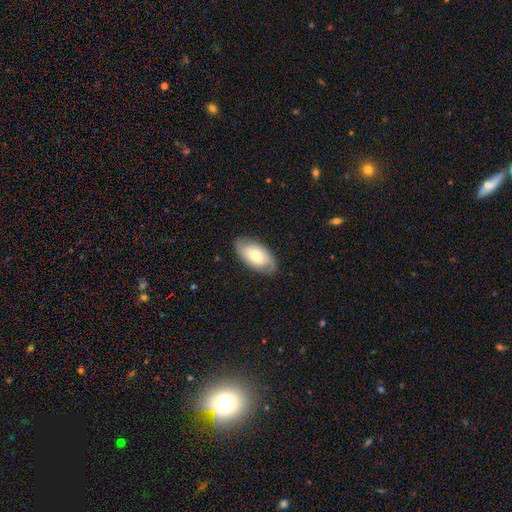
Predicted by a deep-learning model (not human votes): Smooth or featured? Predicted: smooth (p=0.60). How rounded? Predicted: in between (p=0.93). Merging? Predicted: none (p=0.80).